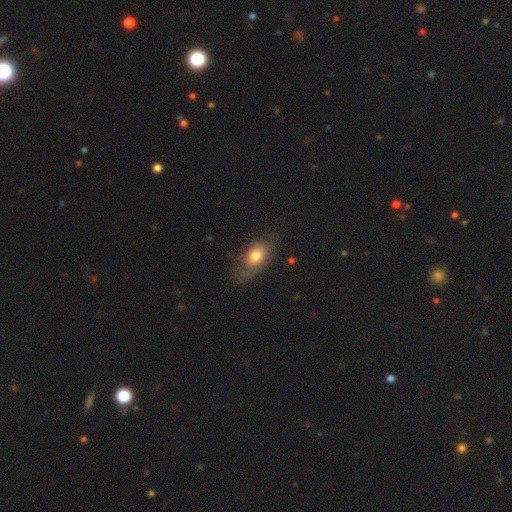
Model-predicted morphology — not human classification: A smooth galaxy with no disk features (67%) that is in between round and cigar-shaped (87%). Merging: none (61%).